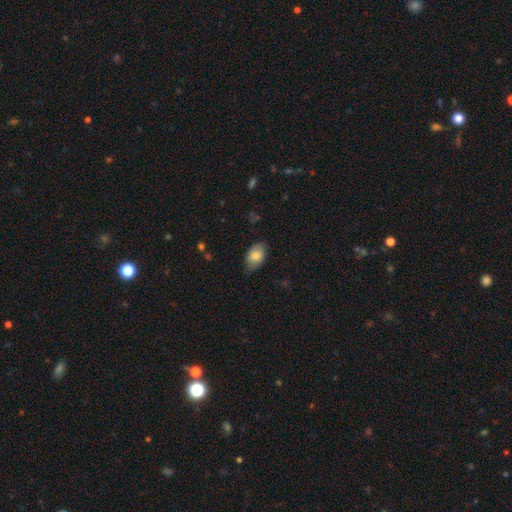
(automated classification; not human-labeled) smooth 81%, featured or disk 12%, star or artifact 7%. Down the decision tree: how rounded — in between (89%); merging — none (71%).